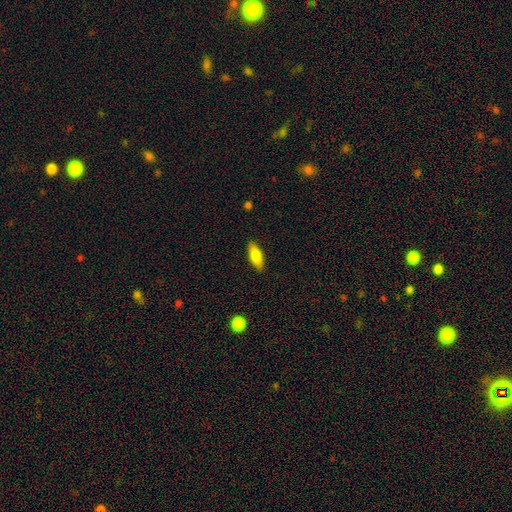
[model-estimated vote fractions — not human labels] Overall: smooth (77%). How rounded: in between (63%; cigar-shaped 35%). Merging: none (87%).